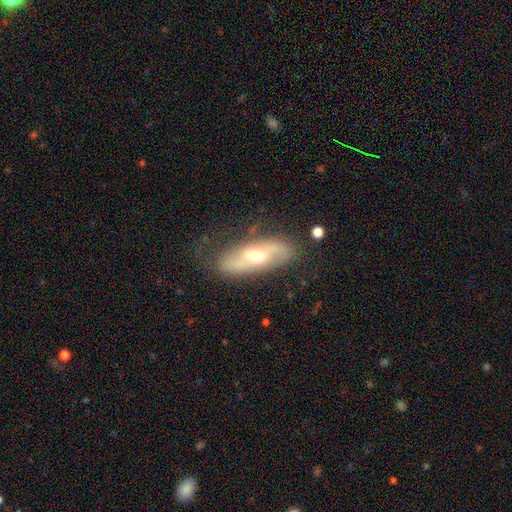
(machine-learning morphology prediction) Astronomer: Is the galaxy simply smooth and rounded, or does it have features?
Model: featured or disk — 63%.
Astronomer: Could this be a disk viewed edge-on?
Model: no — 77%.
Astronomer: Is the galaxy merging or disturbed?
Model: none — 69%.